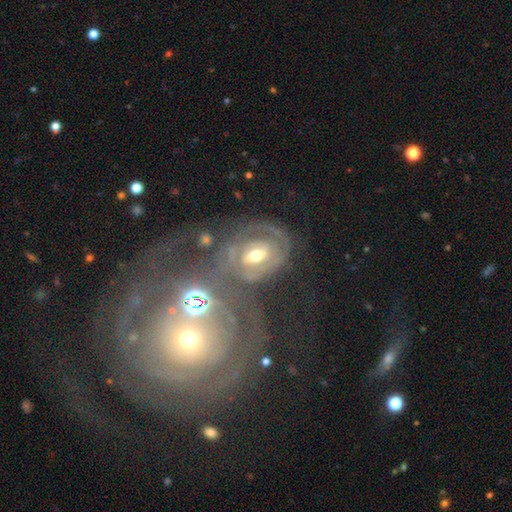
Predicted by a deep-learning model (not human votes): Smooth or featured? featured or disk (77%)
Edge-on disk? no (96%)
Bar? weak (40%)
Spiral arms? yes (79%)
Spiral winding? tight (63%)
Spiral arm count? can't tell (37%)
Bulge size? moderate (67%)
Merging? none (43%)